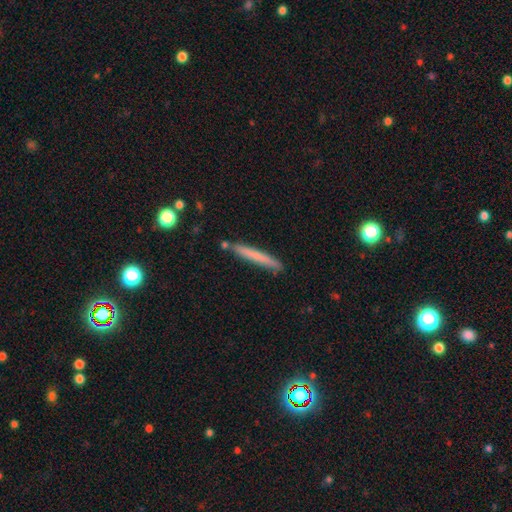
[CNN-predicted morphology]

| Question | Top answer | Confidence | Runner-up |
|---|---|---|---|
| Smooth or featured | smooth | 68% | featured or disk (25%) |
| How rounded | cigar-shaped | 96% | in between (2%) |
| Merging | none | 85% | minor disturbance (10%) |